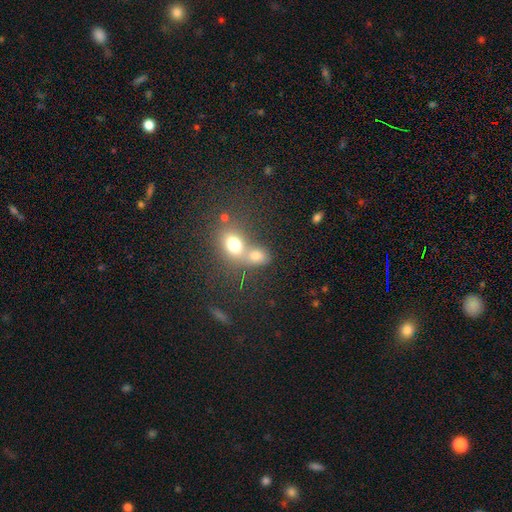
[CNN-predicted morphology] The model was most divided on "how rounded": in between: 60%, round: 38%, cigar-shaped: 2%. More confident: smooth or featured — smooth (73%); merging — merger (55%).